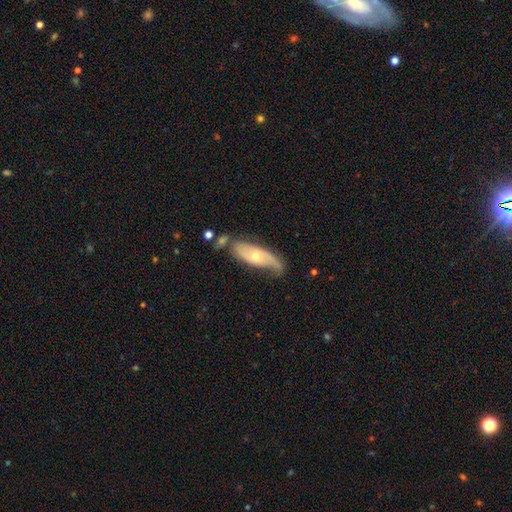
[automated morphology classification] Smooth or featured? Predicted: featured or disk (p=0.60). Edge-on disk? Predicted: no (p=0.78). Merging? Predicted: none (p=0.52).